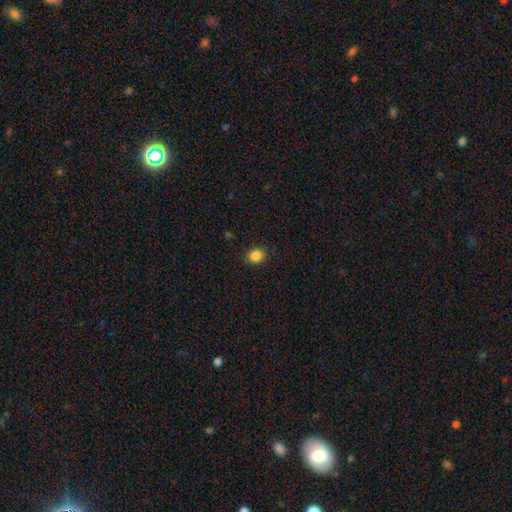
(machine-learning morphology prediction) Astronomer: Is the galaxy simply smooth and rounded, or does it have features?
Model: smooth — 86%.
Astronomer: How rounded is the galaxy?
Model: round — 68%.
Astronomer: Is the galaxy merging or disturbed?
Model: none — 90%.